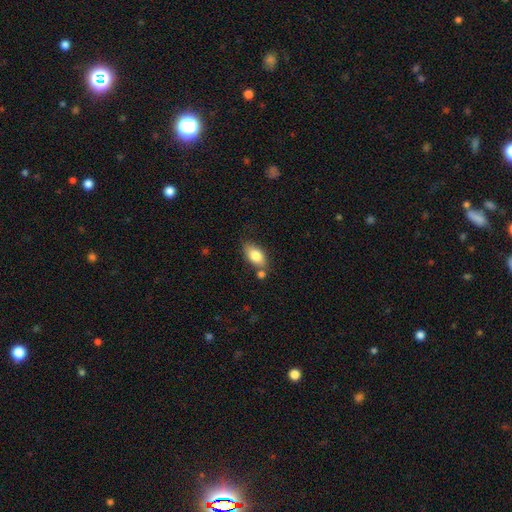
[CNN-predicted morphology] smooth-or-featured: smooth: 80% | featured or disk: 13% | star or artifact: 7%
  how-rounded: in between: 89% | cigar-shaped: 6% | round: 5%
  merging: none: 67% | minor disturbance: 16% | merger: 13% | major disturbance: 4%